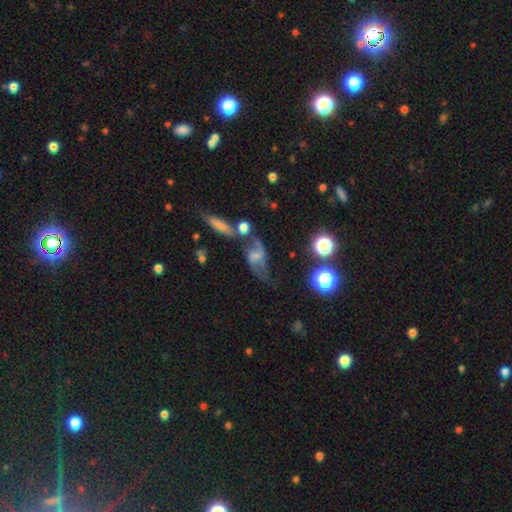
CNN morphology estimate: Smooth or featured? featured or disk (65%)
Edge-on disk? no (91%)
Bar? weak (46%)
Spiral arms? yes (87%)
Spiral winding? loose (70%)
Spiral arm count? 2 (87%)
Bulge size? none (33%)
Merging? none (42%)